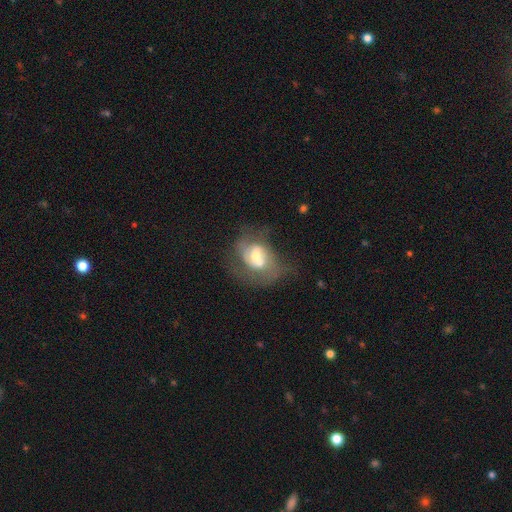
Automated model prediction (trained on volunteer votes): Smooth or featured: featured or disk — 58% (smooth — 34%)
Edge-on disk: no — 97% (yes — 3%)
Bar: no — 70% (weak — 24%)
Spiral arms: yes — 55% (no — 45%)
Bulge size: moderate — 62% (small — 24%)
Merging: merger — 49% (none — 21%)